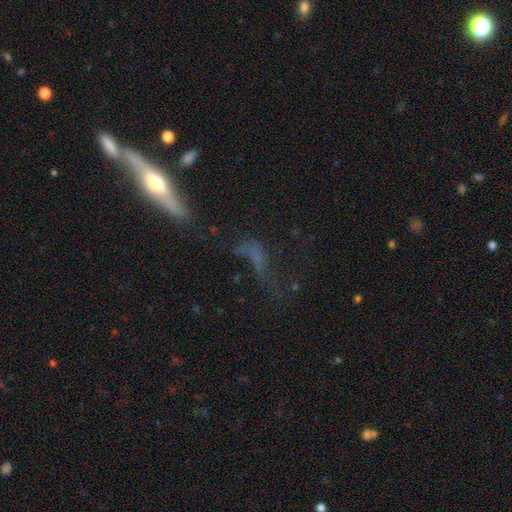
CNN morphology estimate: This is marginally a featured or disk galaxy (39%, tied with smooth). Merging: marginally major disturbance (35%).